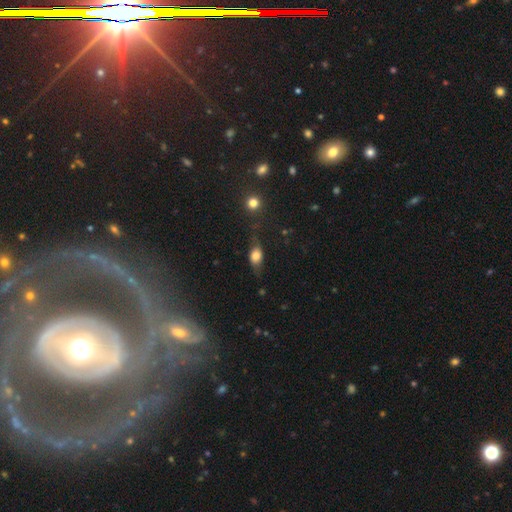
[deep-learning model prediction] Morphology: type=smooth (72%); roundness=in between (80%); merging=none (61%).